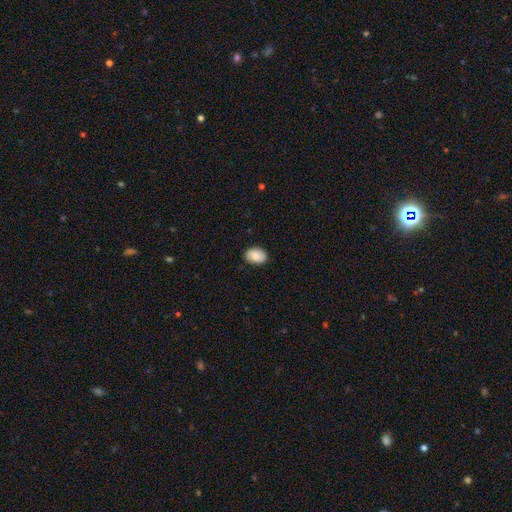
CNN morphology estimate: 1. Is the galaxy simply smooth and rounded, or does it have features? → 83% smooth, 10% featured or disk, 7% star or artifact.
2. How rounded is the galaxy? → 79% in between, 20% round, 1% cigar-shaped.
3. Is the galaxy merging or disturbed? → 85% none, 12% minor disturbance, 2% major disturbance, 1% merger.